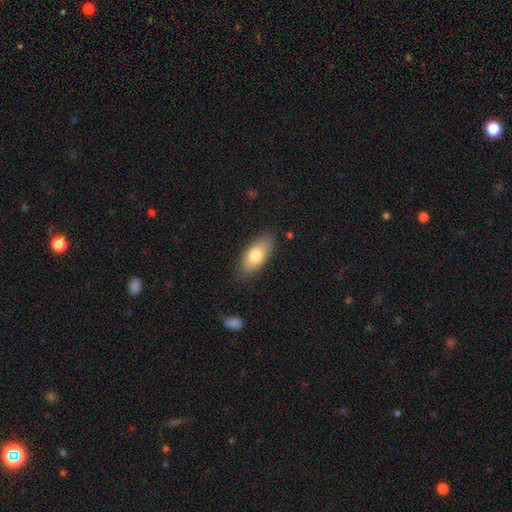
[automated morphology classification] Smooth or featured: smooth — 75% (featured or disk — 19%)
How rounded: in between — 87% (cigar-shaped — 10%)
Merging: none — 82% (minor disturbance — 13%)